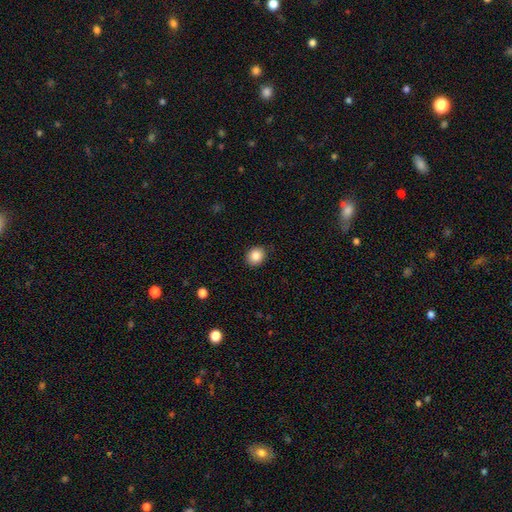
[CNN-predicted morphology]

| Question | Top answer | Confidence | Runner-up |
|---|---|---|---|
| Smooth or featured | smooth | 86% | star or artifact (9%) |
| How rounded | round | 67% | in between (32%) |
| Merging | none | 88% | minor disturbance (9%) |